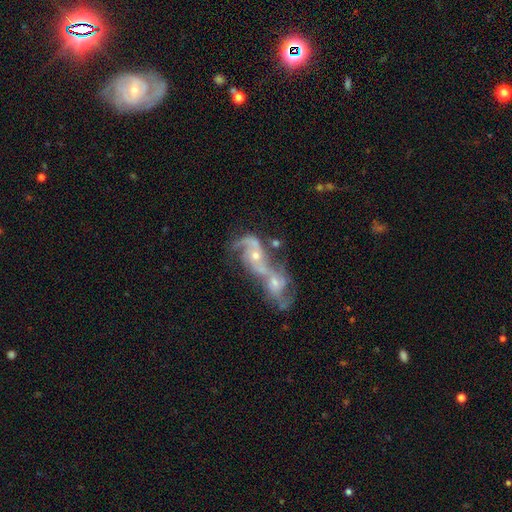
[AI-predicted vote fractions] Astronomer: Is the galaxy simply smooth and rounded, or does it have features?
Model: featured or disk — 78%.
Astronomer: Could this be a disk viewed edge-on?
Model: no — 95%.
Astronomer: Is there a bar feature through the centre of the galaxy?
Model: no — 64%.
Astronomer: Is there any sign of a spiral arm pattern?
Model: yes — 86%.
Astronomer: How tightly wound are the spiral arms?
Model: medium — 41% (runner-up: loose, 39%).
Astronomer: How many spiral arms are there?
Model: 2 — 60%.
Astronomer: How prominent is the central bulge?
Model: moderate — 46% (runner-up: small, 45%).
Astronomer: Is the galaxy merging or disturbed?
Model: merger — 78%.